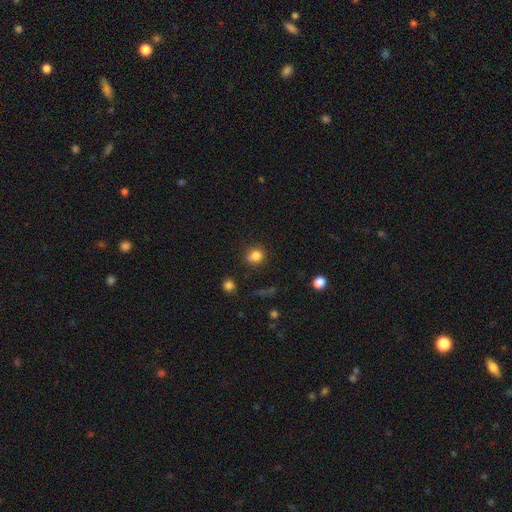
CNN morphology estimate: smooth 82%, star or artifact 12%, featured or disk 6%. Down the decision tree: how rounded — round (79%); merging — none (77%).